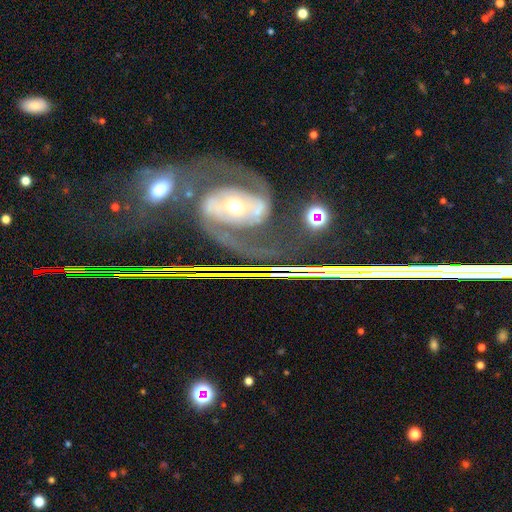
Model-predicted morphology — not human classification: This appears to be a featured or disk galaxy (84%) with no bar (41%), 2 (78%) medium (46%) spiral arms (94%) and a moderate central bulge (50%). Merging: none (48%).